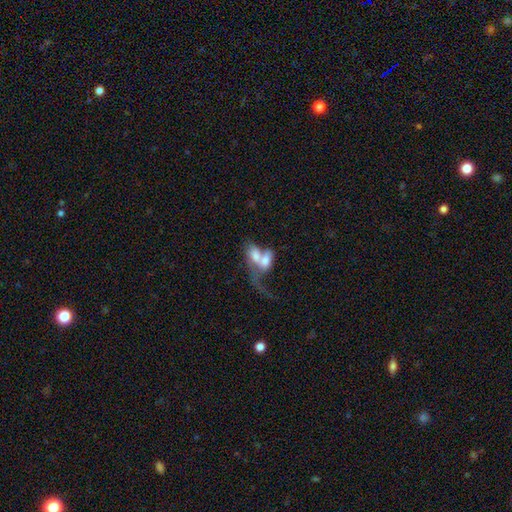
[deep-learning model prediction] Smooth or featured? smooth (57%)
How rounded? in between (79%)
Merging? merger (76%)